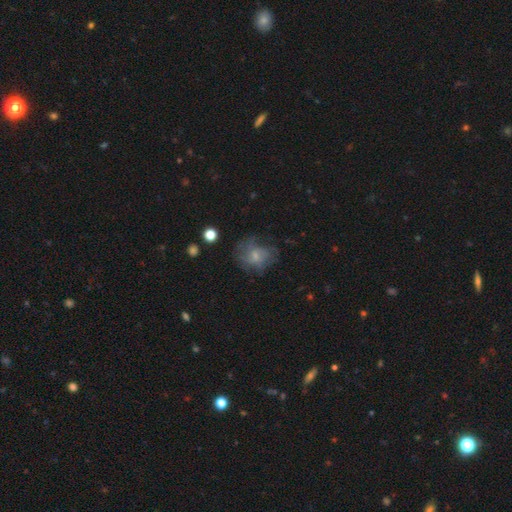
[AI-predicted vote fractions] Smooth or featured: smooth — 46% (featured or disk — 43%)
Merging: none — 50% (minor disturbance — 25%)